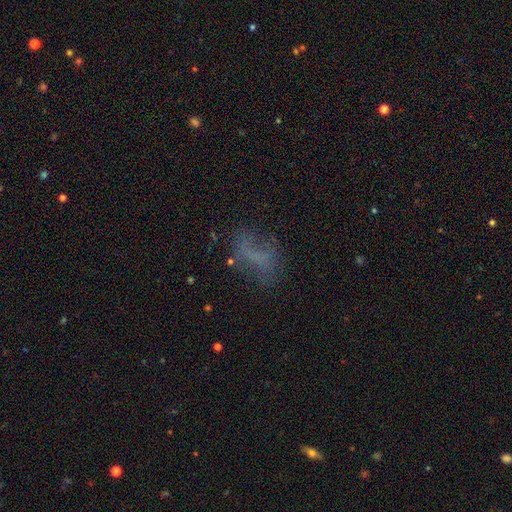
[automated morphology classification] Overall: smooth (44%; featured or disk 34%). Merging: none (48%; major disturbance 26%).